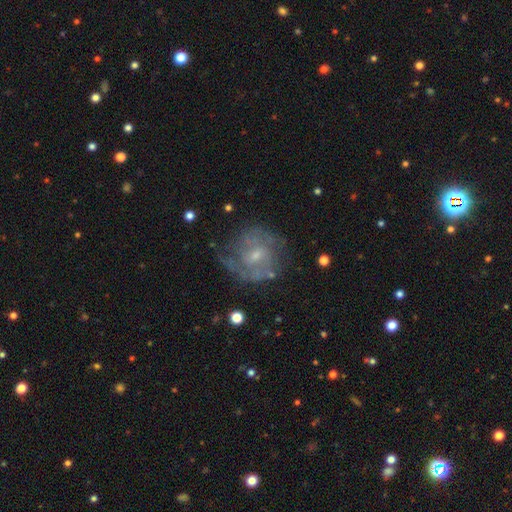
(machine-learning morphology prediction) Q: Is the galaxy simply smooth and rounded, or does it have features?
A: featured or disk — 76%.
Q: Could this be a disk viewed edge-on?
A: no — 97%.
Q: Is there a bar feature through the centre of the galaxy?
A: no — 49%.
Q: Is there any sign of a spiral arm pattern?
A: yes — 87%.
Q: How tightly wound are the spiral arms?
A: tight — 44%.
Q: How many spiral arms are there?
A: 2 — 44%.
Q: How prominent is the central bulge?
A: small — 64%.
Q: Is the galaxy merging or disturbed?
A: none — 64%.